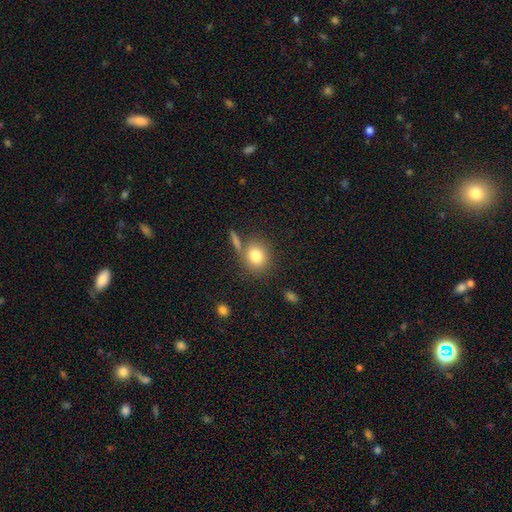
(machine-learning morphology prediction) Overall: smooth (80%). How rounded: round (75%). Merging: none (70%).